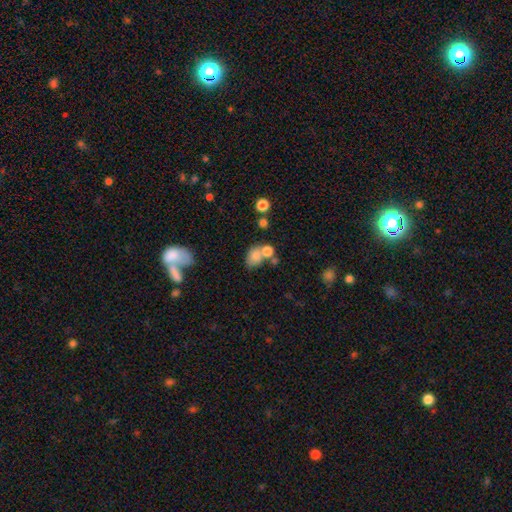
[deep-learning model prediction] Smooth or featured?
  - smooth: 77% *
  - featured or disk: 12%
  - star or artifact: 12%
How rounded?
  - in between: 57% *
  - round: 42%
  - cigar-shaped: 1%
Merging?
  - none: 41% *
  - merger: 39%
  - minor disturbance: 13%
  - major disturbance: 7%